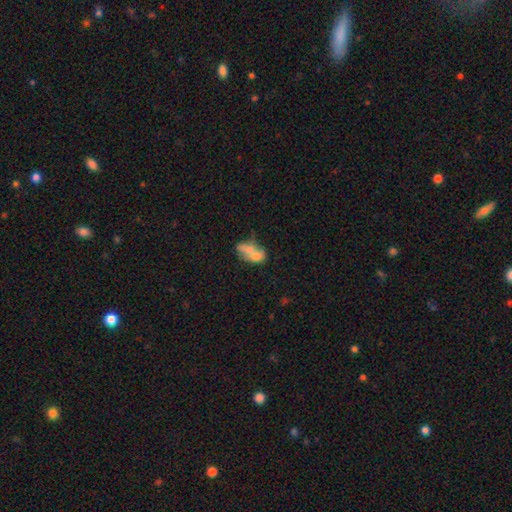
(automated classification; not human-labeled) smooth-or-featured: smooth: 61% | featured or disk: 30% | star or artifact: 10%
  how-rounded: in between: 76% | round: 20% | cigar-shaped: 4%
  merging: merger: 68% | none: 17% | minor disturbance: 8% | major disturbance: 7%